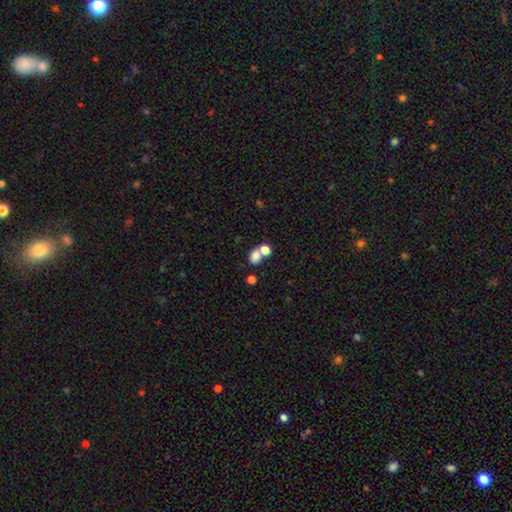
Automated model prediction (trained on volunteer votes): Morphology: type=smooth (77%); roundness=in between (52%); merging=merger (53%).